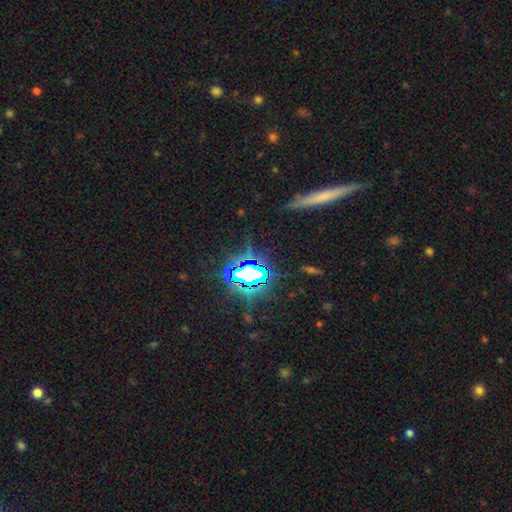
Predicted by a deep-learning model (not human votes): A star or artifact, not a galaxy (57%).

Vote fractions:
- Smooth or featured? star or artifact: 57% / smooth: 24% / featured or disk: 19%